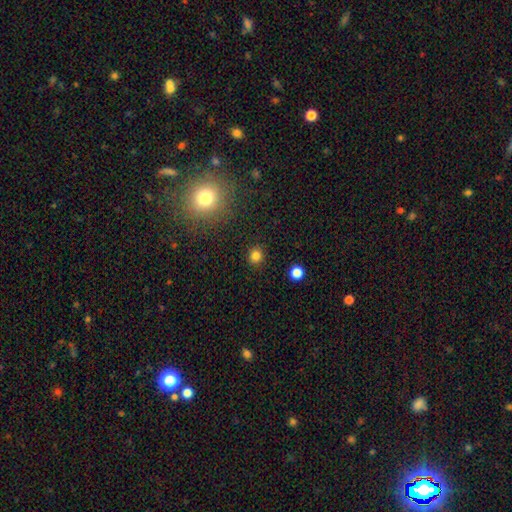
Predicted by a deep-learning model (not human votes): Morphology: type=smooth (82%); roundness=round (87%); merging=none (90%).